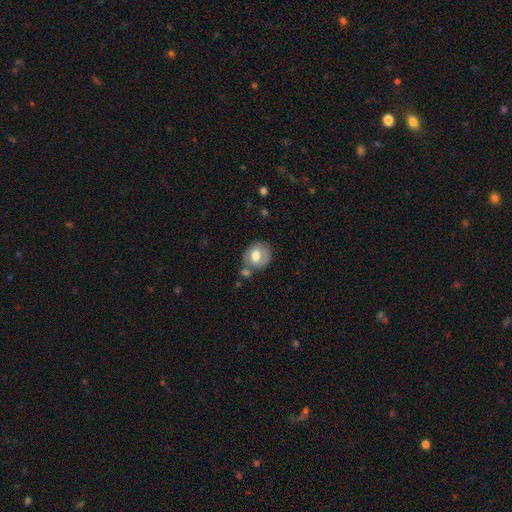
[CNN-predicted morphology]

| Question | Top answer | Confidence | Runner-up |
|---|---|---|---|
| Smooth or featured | smooth | 66% | featured or disk (27%) |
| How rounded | round | 66% | in between (33%) |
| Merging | none | 56% | minor disturbance (20%) |